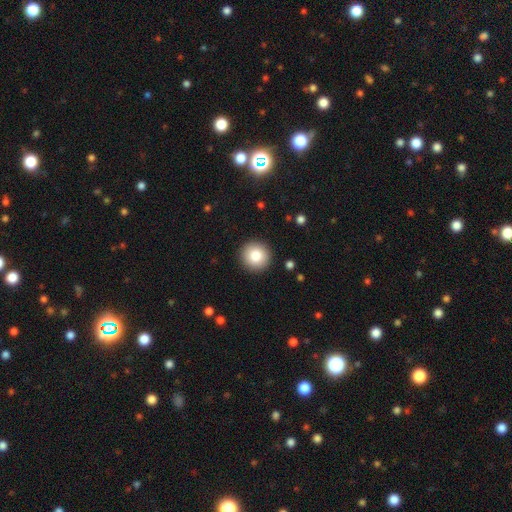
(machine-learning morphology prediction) Smooth or featured? smooth (83%)
How rounded? round (95%)
Merging? none (92%)